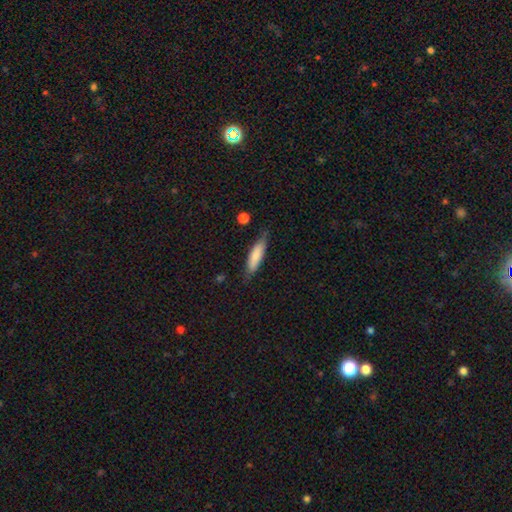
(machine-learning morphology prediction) Smooth or featured: smooth — 79% (featured or disk — 15%)
How rounded: cigar-shaped — 64% (in between — 35%)
Merging: none — 75% (minor disturbance — 19%)